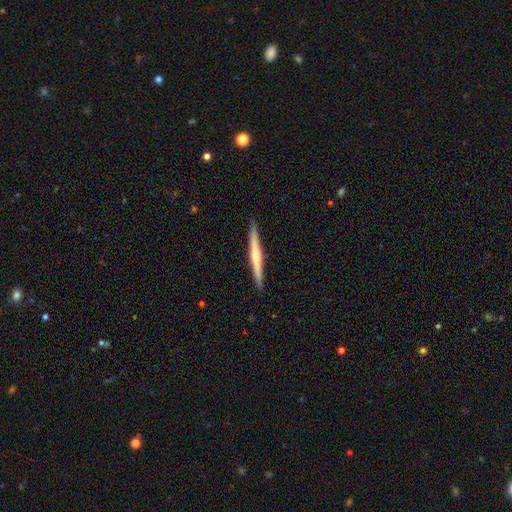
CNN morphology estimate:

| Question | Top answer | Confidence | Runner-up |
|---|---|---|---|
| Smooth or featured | featured or disk | 52% | smooth (43%) |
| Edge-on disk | yes | 98% | no (2%) |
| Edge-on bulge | none | 53% | rounded (37%) |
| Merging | none | 91% | minor disturbance (6%) |